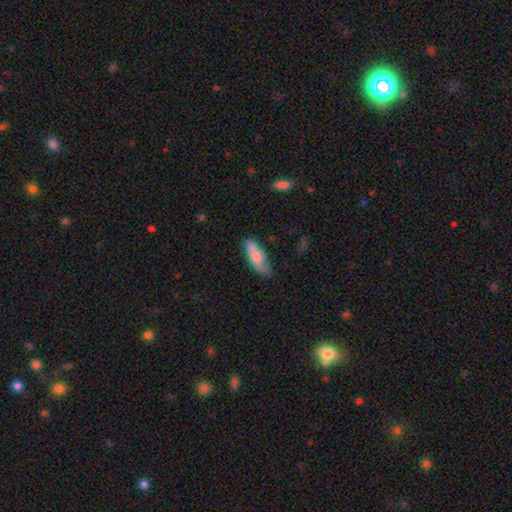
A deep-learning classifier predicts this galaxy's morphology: Smooth or featured? Predicted: smooth (p=0.75). How rounded? Predicted: in between (p=0.71). Merging? Predicted: none (p=0.64).